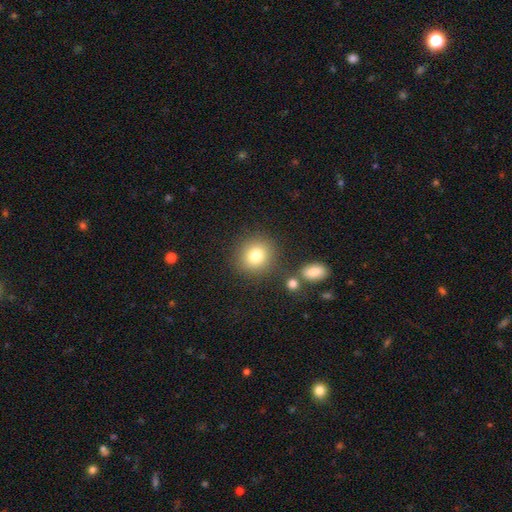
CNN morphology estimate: Smooth or featured: smooth — 80% (star or artifact — 11%)
How rounded: round — 86% (in between — 13%)
Merging: none — 81% (minor disturbance — 9%)